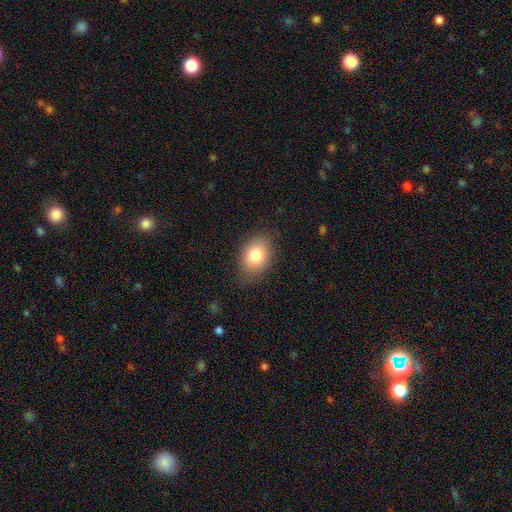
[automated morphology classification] Overall: smooth (79%). How rounded: in between (66%; round 33%). Merging: none (81%).